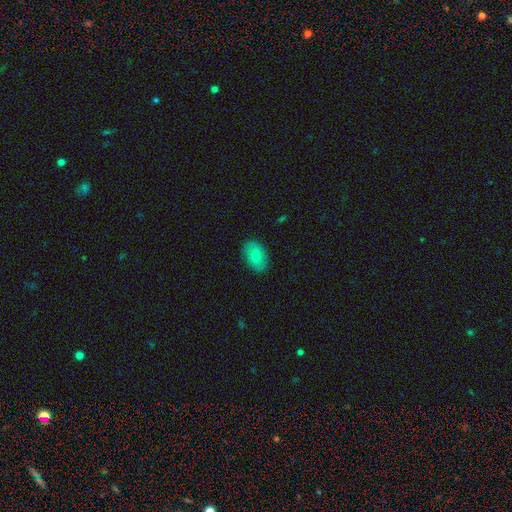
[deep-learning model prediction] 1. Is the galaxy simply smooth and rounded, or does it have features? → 73% smooth, 18% featured or disk, 9% star or artifact.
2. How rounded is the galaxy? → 88% in between, 11% round, 1% cigar-shaped.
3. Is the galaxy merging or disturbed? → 87% none, 10% minor disturbance, 2% major disturbance, 1% merger.